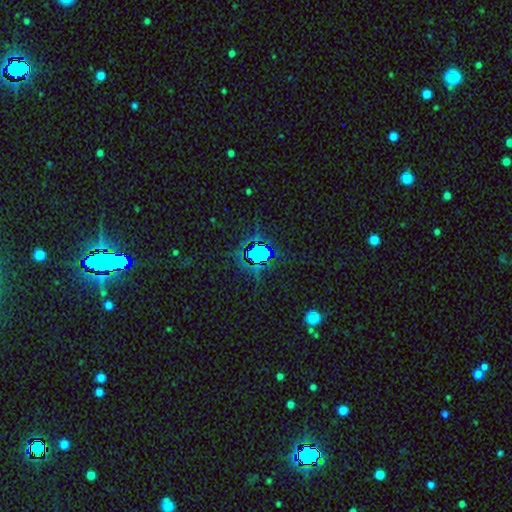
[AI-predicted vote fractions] This appears to be a star or artifact, not a galaxy (74%).